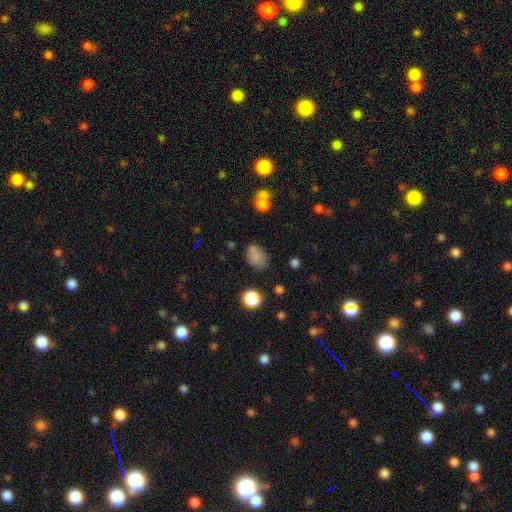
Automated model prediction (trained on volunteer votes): This appears to be a smooth galaxy with no disk features (78%) that is in between round and cigar-shaped (80%). Merging: none (66%).